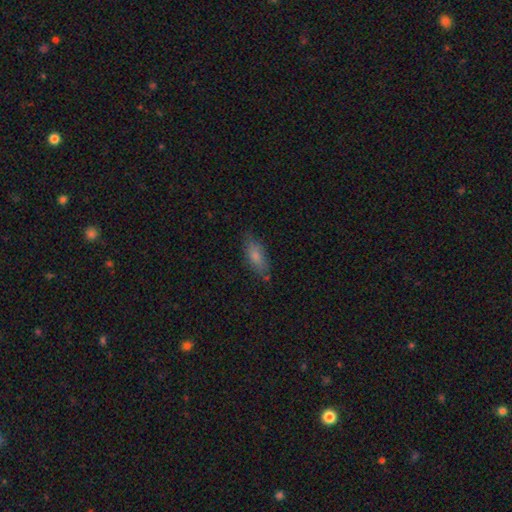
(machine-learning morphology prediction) Smooth or featured? smooth (76%)
How rounded? in between (73%)
Merging? none (73%)